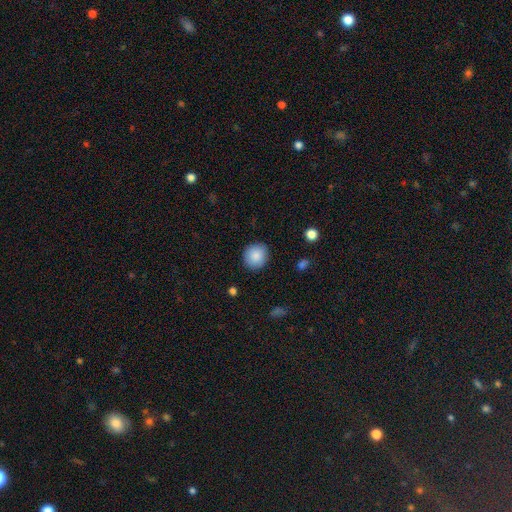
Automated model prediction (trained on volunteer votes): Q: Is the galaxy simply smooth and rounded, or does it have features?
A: smooth — 88%.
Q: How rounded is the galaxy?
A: round — 85%.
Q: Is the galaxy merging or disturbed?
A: none — 89%.